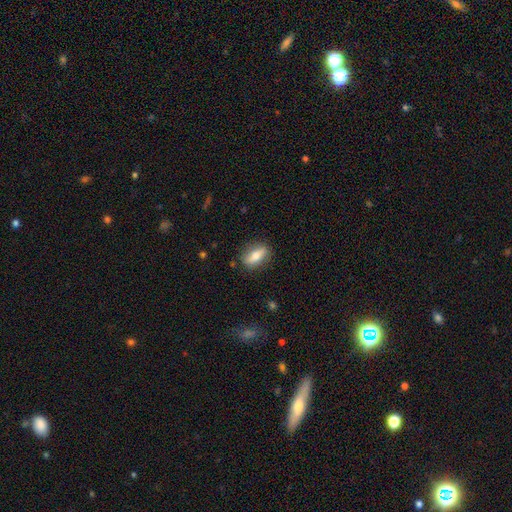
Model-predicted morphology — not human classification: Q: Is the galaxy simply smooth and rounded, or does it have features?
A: smooth — 62%.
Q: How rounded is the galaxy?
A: in between — 74%.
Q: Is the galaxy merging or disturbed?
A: none — 83%.